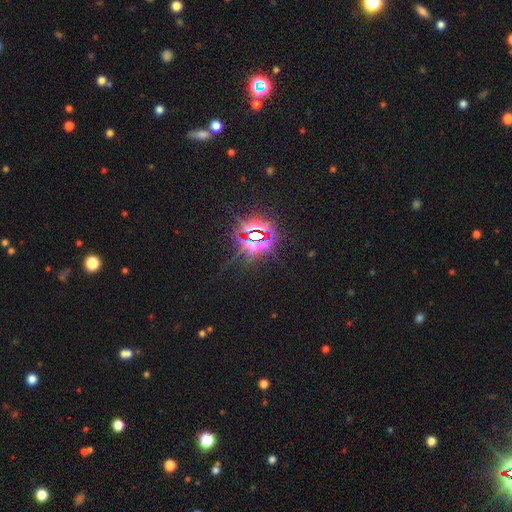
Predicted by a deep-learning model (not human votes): This appears to be a star or artifact, not a galaxy (81%).